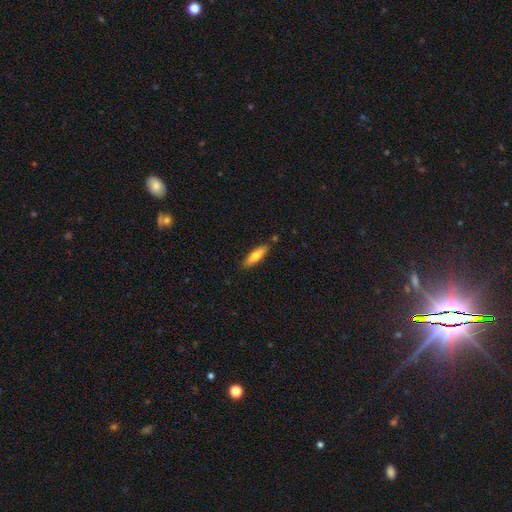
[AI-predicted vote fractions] smooth 67%, featured or disk 27%, star or artifact 6%. Down the decision tree: how rounded — cigar-shaped (64%); merging — none (83%).